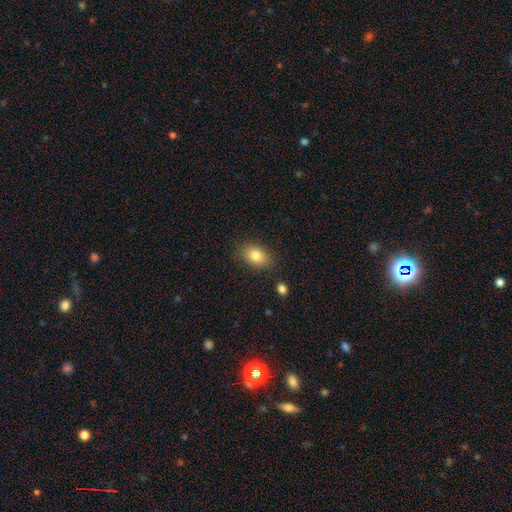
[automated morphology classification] smooth 83%, star or artifact 9%, featured or disk 8%. Down the decision tree: how rounded — in between (80%); merging — none (83%).